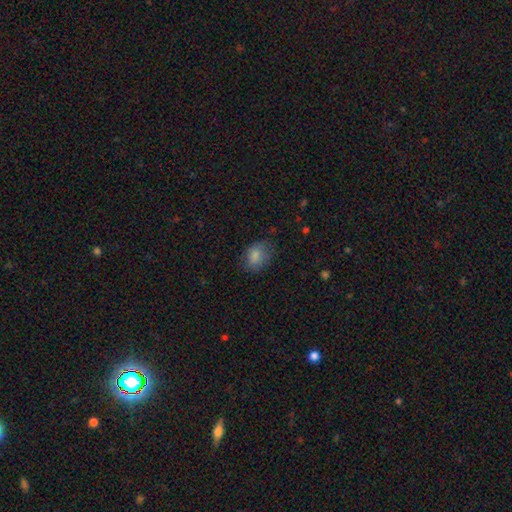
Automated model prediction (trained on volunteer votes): A smooth galaxy with no disk features (84%) that is in between round and cigar-shaped (60%). Merging: none (67%).